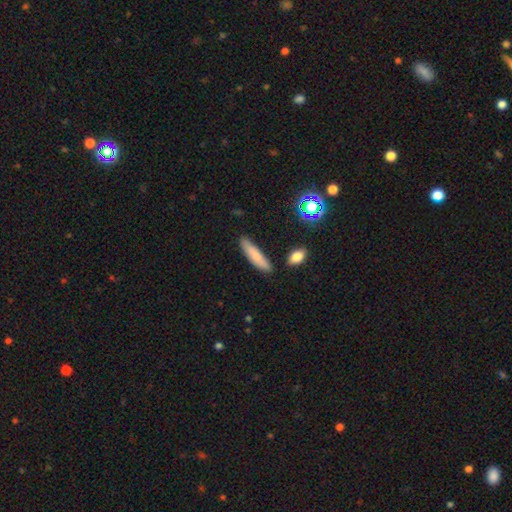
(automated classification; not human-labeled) This is likely a smooth galaxy (75%). How rounded: likely cigar-shaped (79%). Merging: clearly none (82%).